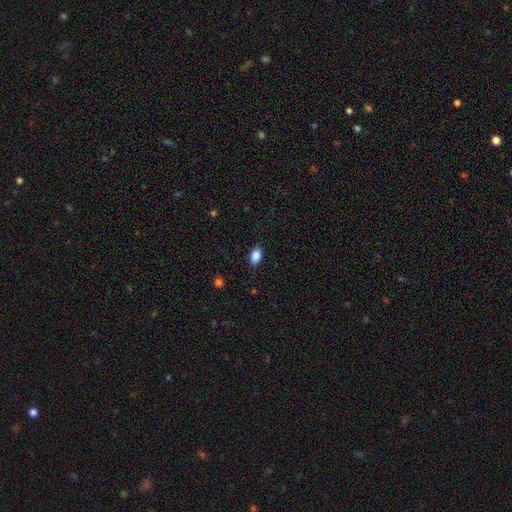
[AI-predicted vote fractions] Morphology: type=smooth (88%); roundness=in between (89%); merging=none (87%).